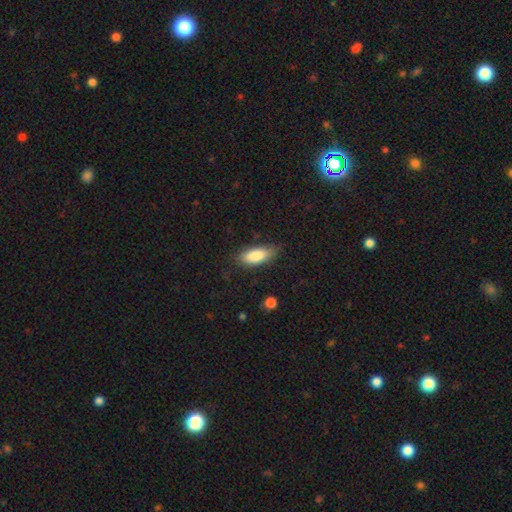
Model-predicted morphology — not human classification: smooth_or_featured: smooth (p=0.84) [alt: featured or disk p=0.10]
how_rounded: in between (p=0.78) [alt: cigar-shaped p=0.20]
merging: none (p=0.76) [alt: minor disturbance p=0.18]